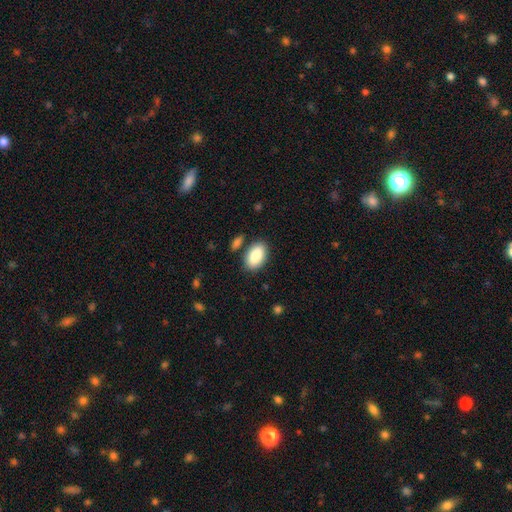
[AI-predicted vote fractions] Smooth or featured? smooth (88%)
How rounded? in between (93%)
Merging? none (81%)